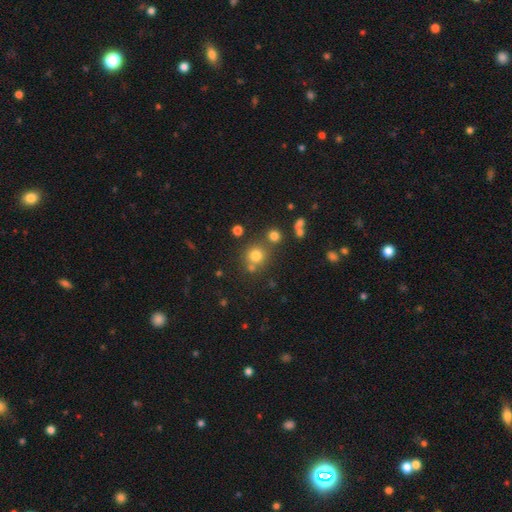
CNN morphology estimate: Overall: smooth (74%). How rounded: round (91%). Merging: none (70%).